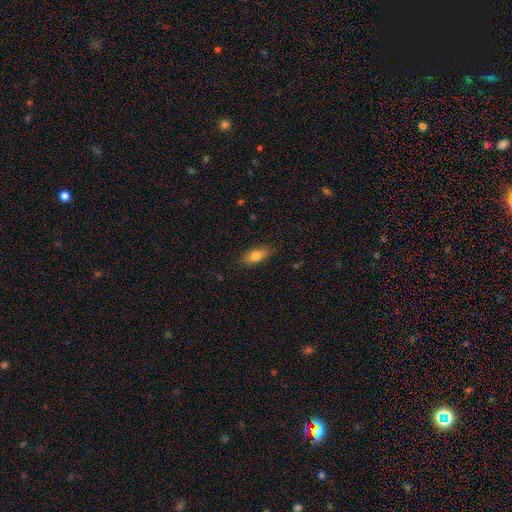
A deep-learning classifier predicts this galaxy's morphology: A smooth galaxy with no disk features (77%) that is in between round and cigar-shaped (78%). Merging: none (85%).